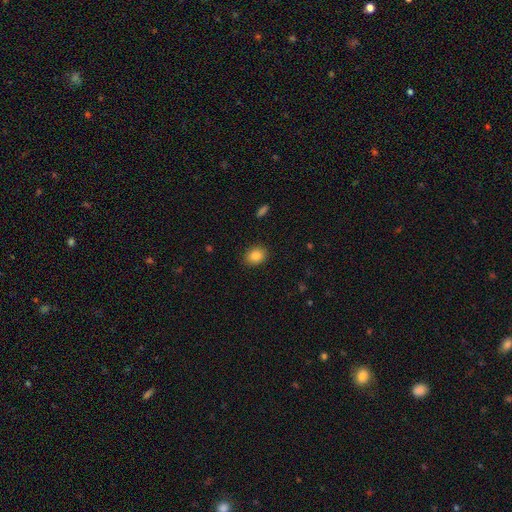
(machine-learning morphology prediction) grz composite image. It shows a smooth galaxy with no disk features (85%) that is in between round and cigar-shaped (53%). Merging: none (89%).